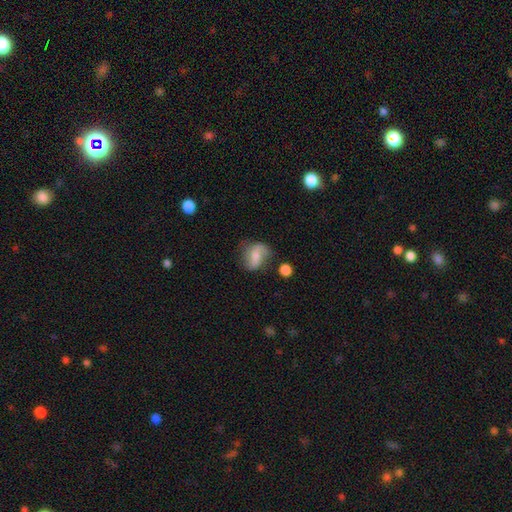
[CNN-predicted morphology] smooth-or-featured: featured or disk: 49% | smooth: 42% | star or artifact: 8%
  merging: none: 58% | minor disturbance: 26% | major disturbance: 11% | merger: 5%